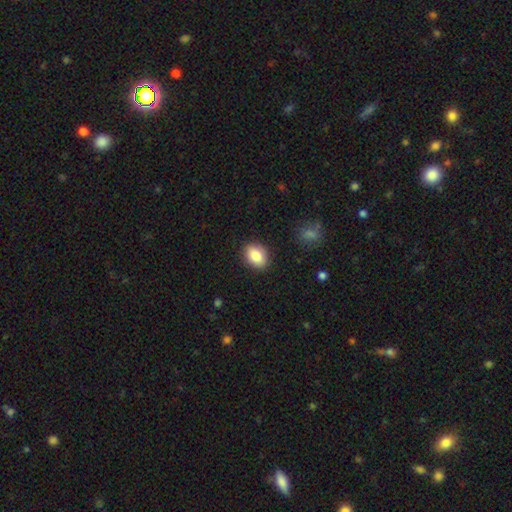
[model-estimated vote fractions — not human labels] The model was most divided on "how rounded": in between: 73%, round: 25%, cigar-shaped: 1%. More confident: merging — none (88%); smooth or featured — smooth (86%).